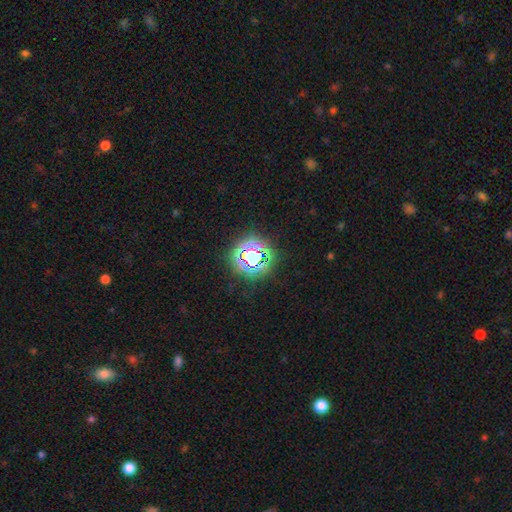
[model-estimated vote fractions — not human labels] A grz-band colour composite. It shows a star or artifact, not a galaxy (67%).